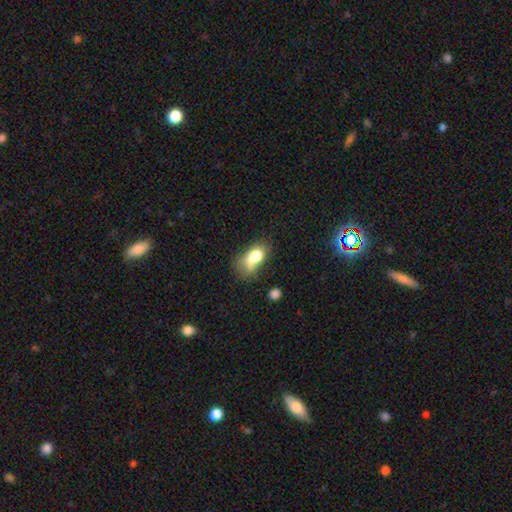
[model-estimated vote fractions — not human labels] Q: Smooth or featured?
A: smooth (71%); runner-up: featured or disk (19%)
Q: How rounded?
A: in between (82%); runner-up: round (15%)
Q: Merging?
A: major disturbance (29%); runner-up: minor disturbance (26%)